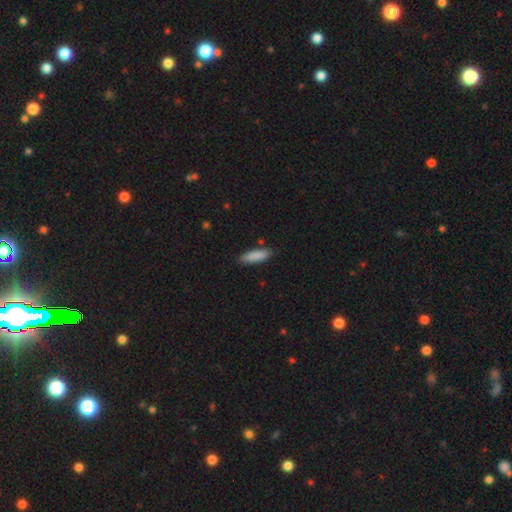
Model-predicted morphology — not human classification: smooth 88%, featured or disk 6%, star or artifact 6%. Down the decision tree: how rounded — cigar-shaped (54%); merging — none (85%).